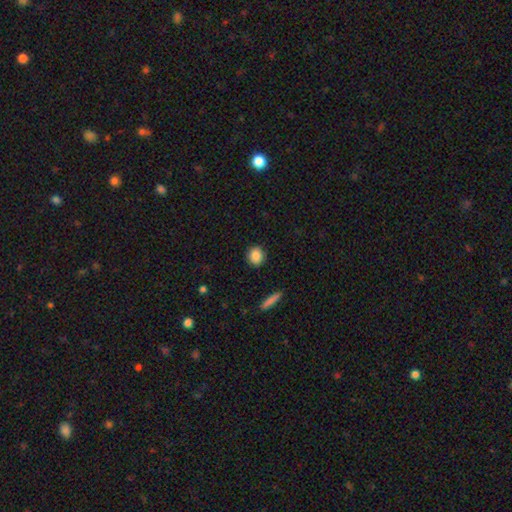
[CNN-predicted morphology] This is clearly a smooth galaxy (86%). How rounded: clearly round (83%). Merging: clearly none (90%).